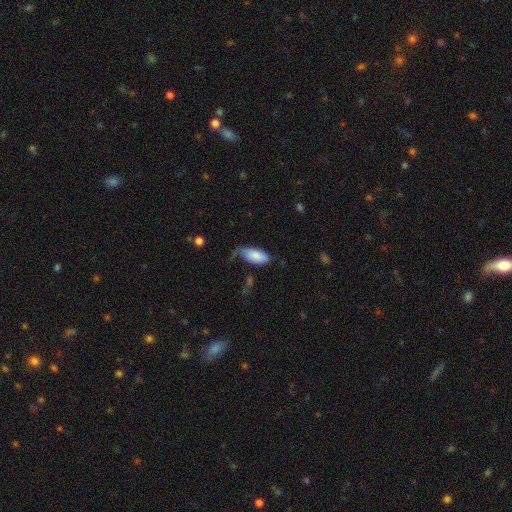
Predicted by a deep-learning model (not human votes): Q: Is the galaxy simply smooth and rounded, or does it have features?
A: smooth — 79%.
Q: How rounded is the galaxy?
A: in between — 92%.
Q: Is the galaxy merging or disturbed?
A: none — 35%, tied with minor disturbance.